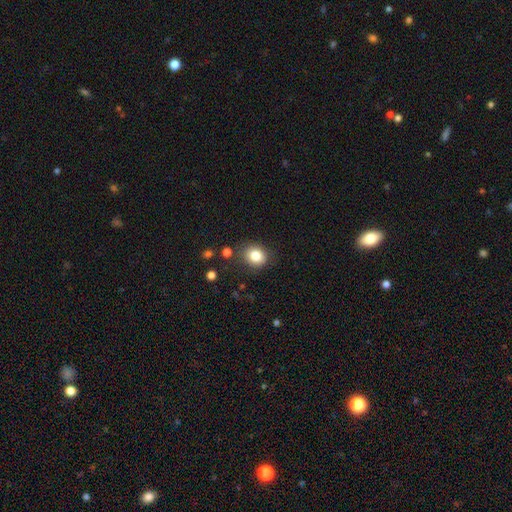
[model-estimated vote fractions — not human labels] Q: Smooth or featured?
A: smooth (82%); runner-up: star or artifact (10%)
Q: How rounded?
A: round (64%); runner-up: in between (36%)
Q: Merging?
A: none (82%); runner-up: minor disturbance (11%)